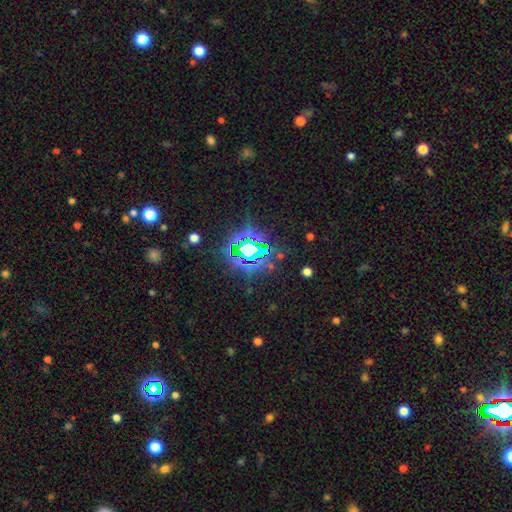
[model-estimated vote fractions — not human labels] A star or artifact, not a galaxy (81%).